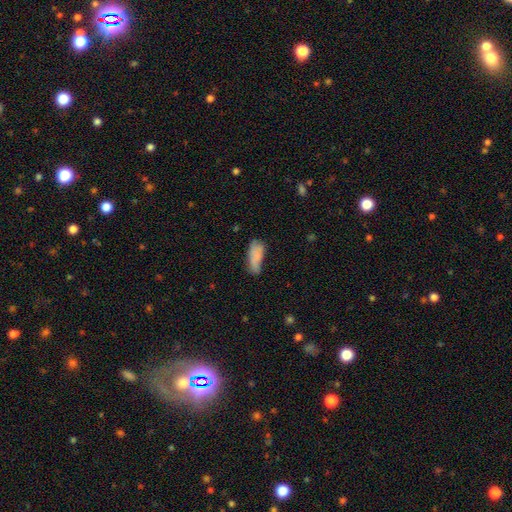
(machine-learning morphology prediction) A smooth galaxy with no disk features (79%) that is in between round and cigar-shaped (73%).

Vote fractions:
- Smooth or featured? smooth: 79% / featured or disk: 13% / star or artifact: 8%
- How rounded? in between: 73% / cigar-shaped: 24% / round: 2%
- Merging? none: 45% / minor disturbance: 35% / major disturbance: 14% / merger: 5%